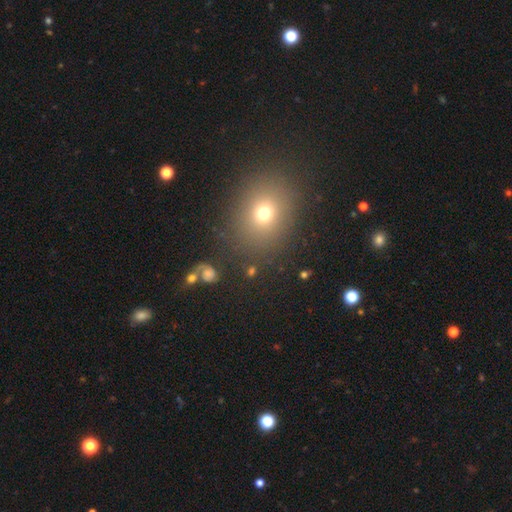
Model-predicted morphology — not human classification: smooth 60%, star or artifact 31%, featured or disk 8%. Down the decision tree: how rounded — round (63%); merging — none (89%).